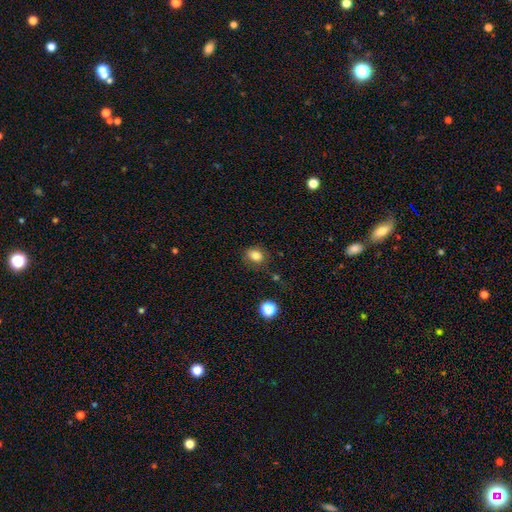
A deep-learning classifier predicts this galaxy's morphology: The model was most divided on "how rounded": round: 56%, in between: 43%, cigar-shaped: 1%. More confident: smooth or featured — smooth (82%); merging — none (76%).